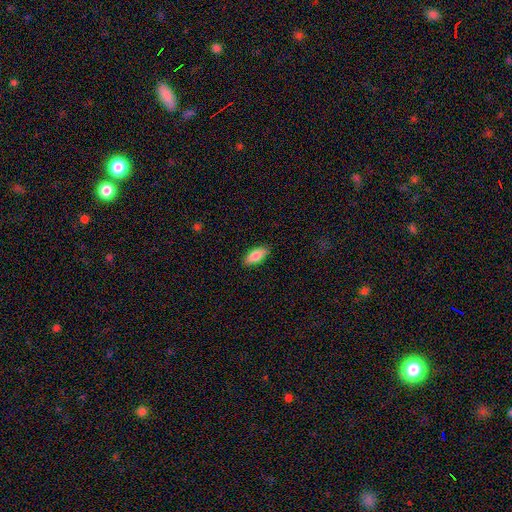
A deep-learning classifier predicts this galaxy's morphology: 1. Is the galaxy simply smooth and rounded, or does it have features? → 85% smooth, 9% featured or disk, 6% star or artifact.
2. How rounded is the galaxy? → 85% in between, 13% cigar-shaped, 2% round.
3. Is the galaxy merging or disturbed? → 88% none, 9% minor disturbance, 2% major disturbance, 1% merger.